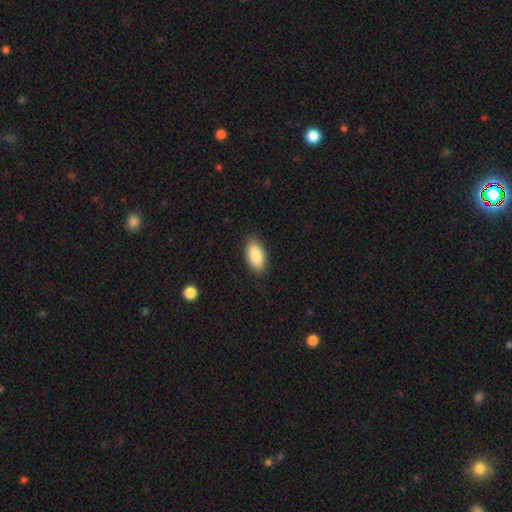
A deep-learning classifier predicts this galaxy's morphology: This is clearly a smooth galaxy (87%). How rounded: clearly in between (93%). Merging: clearly none (87%).